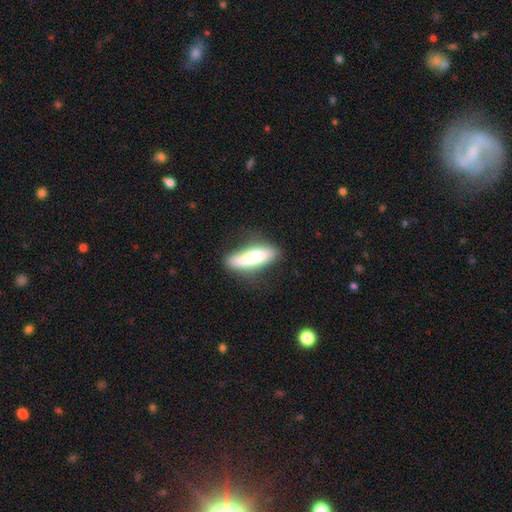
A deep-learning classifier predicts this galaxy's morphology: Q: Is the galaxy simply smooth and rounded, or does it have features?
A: smooth — 72%.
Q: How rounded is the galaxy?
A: cigar-shaped — 69%.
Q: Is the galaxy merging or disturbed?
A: none — 67%.